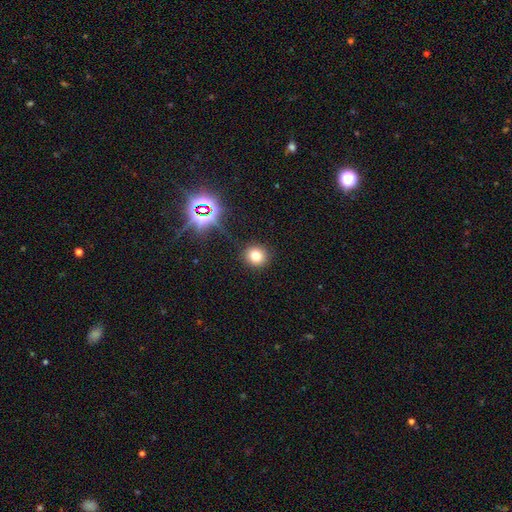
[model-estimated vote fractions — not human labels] A smooth galaxy with no disk features (75%) that is round (87%).

Vote fractions:
- Smooth or featured? smooth: 75% / star or artifact: 17% / featured or disk: 8%
- How rounded? round: 87% / in between: 11% / cigar-shaped: 1%
- Merging? none: 89% / minor disturbance: 7% / major disturbance: 3% / merger: 2%